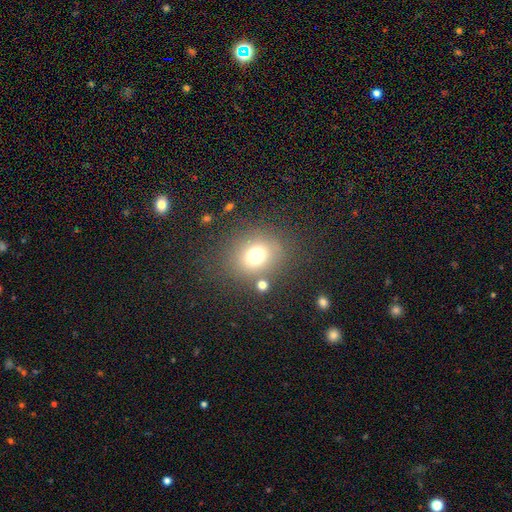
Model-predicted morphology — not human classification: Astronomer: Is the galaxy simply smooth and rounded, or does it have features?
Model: smooth — 72%.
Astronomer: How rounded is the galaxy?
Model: round — 72%.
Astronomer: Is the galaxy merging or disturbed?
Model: none — 76%.